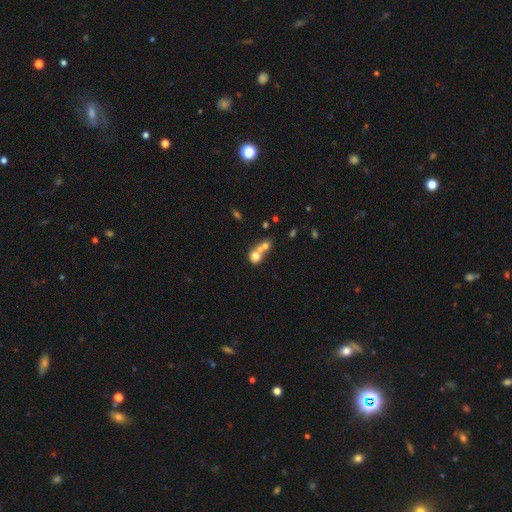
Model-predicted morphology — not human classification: Smooth or featured? smooth (57%)
How rounded? round (51%)
Merging? merger (49%)